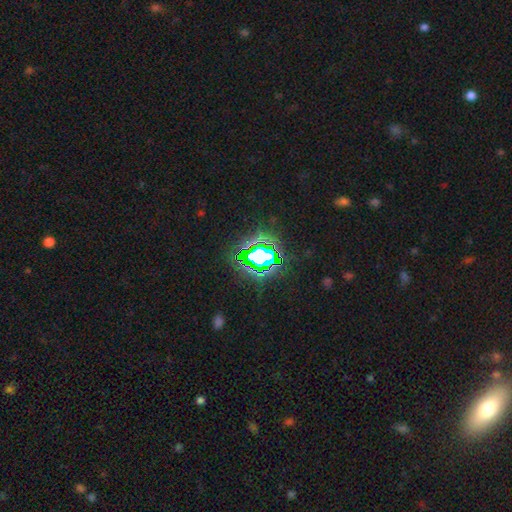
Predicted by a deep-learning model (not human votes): Overall: star or artifact (82%).